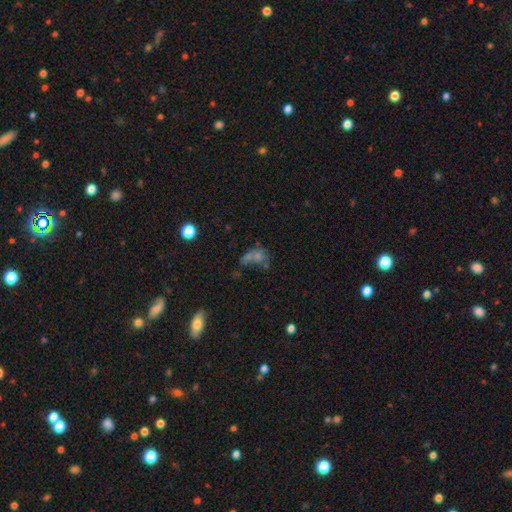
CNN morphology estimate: smooth_or_featured: smooth (p=0.48) [alt: star or artifact p=0.27]
merging: none (p=0.34) [alt: merger p=0.31]